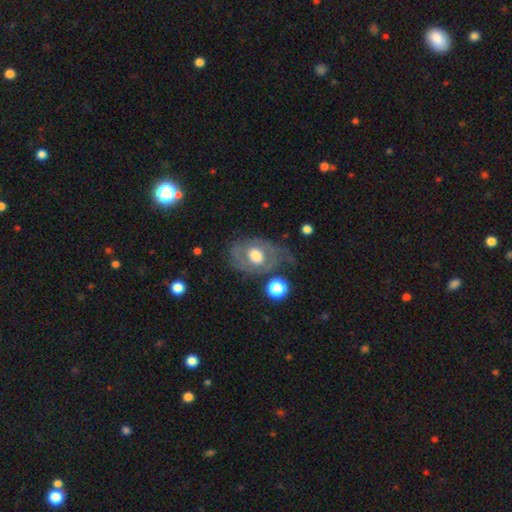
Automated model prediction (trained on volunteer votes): Smooth or featured: featured or disk — 60% (smooth — 33%)
Edge-on disk: no — 94% (yes — 6%)
Bar: no — 80% (weak — 16%)
Spiral arms: no — 57% (yes — 43%)
Bulge size: large — 46% (moderate — 42%)
Merging: none — 51% (minor disturbance — 24%)